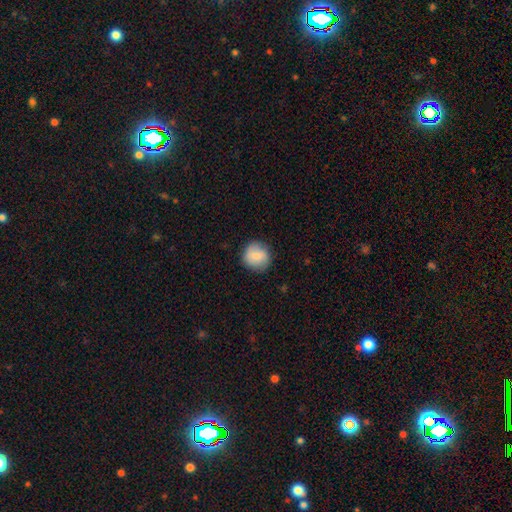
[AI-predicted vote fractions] Overall: smooth (80%). How rounded: round (90%). Merging: none (86%).